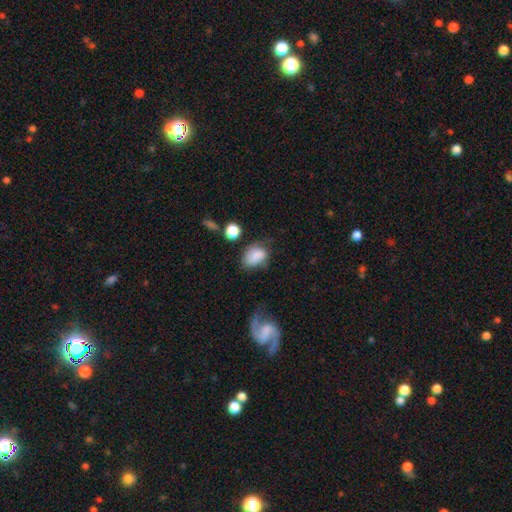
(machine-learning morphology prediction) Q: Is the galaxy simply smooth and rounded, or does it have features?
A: smooth — 81%.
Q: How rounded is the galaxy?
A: in between — 77%.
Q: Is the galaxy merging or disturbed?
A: none — 46%.